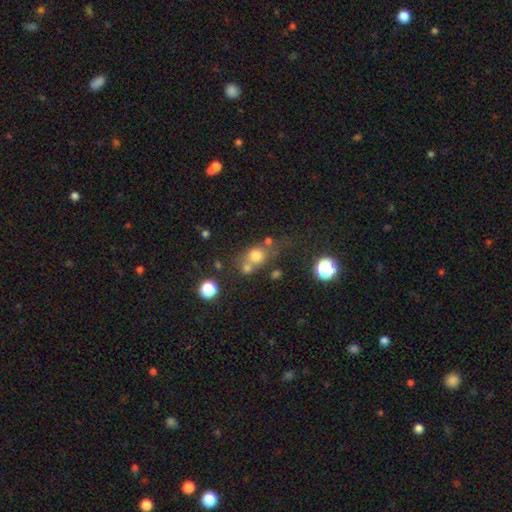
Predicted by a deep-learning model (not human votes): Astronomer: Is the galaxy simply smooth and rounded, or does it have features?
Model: smooth — 72%.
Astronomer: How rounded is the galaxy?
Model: round — 72%.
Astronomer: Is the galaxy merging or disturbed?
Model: none — 46% (runner-up: merger, 34%).